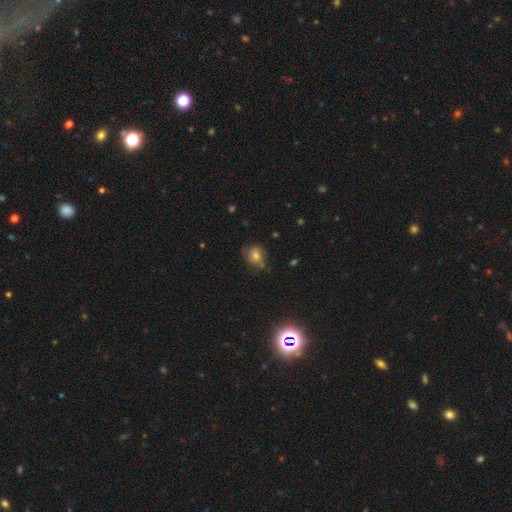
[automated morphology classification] The model was most divided on "how rounded": round: 55%, in between: 43%, cigar-shaped: 1%. More confident: smooth or featured — smooth (68%); merging — none (62%).